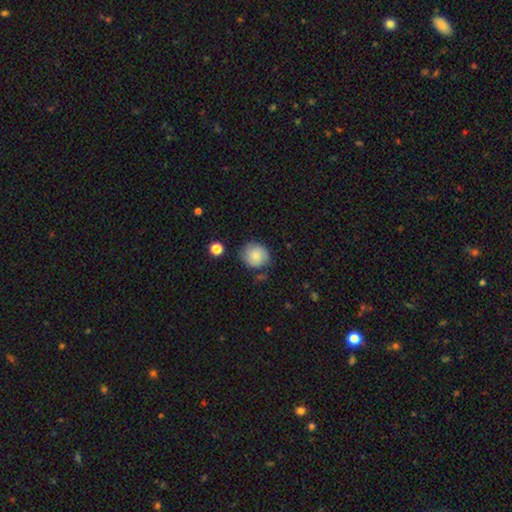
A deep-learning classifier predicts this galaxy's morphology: smooth_or_featured: smooth (p=0.78) [alt: featured or disk p=0.13]
how_rounded: round (p=0.87) [alt: in between p=0.12]
merging: none (p=0.75) [alt: minor disturbance p=0.18]